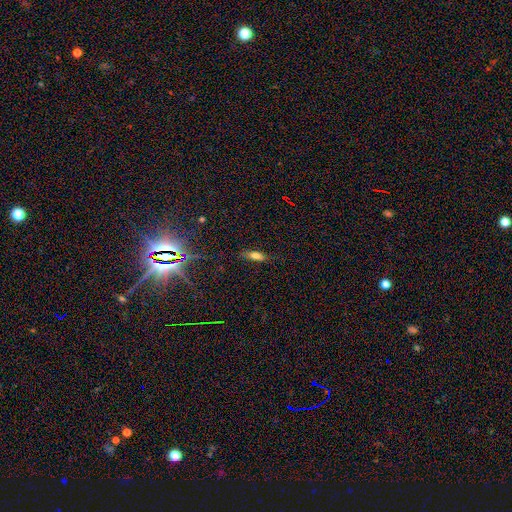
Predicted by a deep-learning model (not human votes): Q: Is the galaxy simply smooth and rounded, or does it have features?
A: smooth — 72%.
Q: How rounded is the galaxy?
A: in between — 61%.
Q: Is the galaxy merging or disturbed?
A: none — 81%.